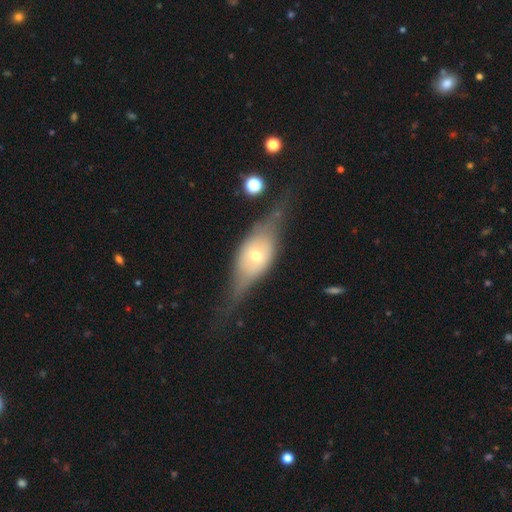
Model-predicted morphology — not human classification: Smooth or featured? featured or disk (59%)
Edge-on disk? yes (71%)
Merging? none (54%)